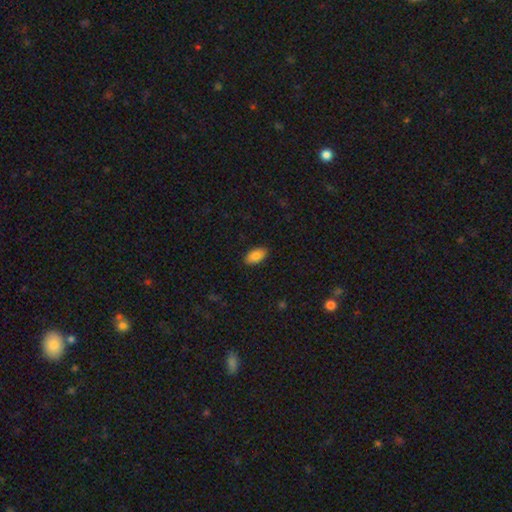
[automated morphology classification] type=smooth (87%); roundness=in between (94%); merging=none (88%).